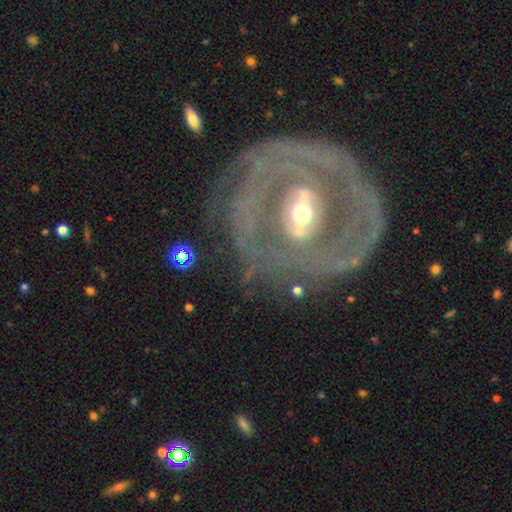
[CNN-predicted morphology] A featured or disk galaxy (84%) with a strong bar (41%), tight (69%) spiral arms (72%) and a moderate central bulge (57%). Merging: none (69%).